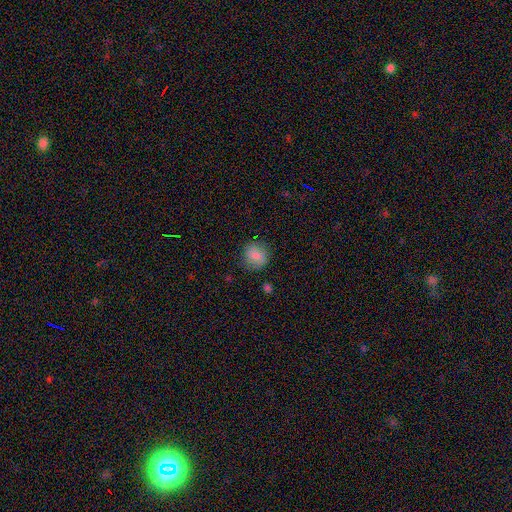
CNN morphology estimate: Smooth or featured? Predicted: smooth (p=0.84). How rounded? Predicted: round (p=0.82). Merging? Predicted: none (p=0.82).